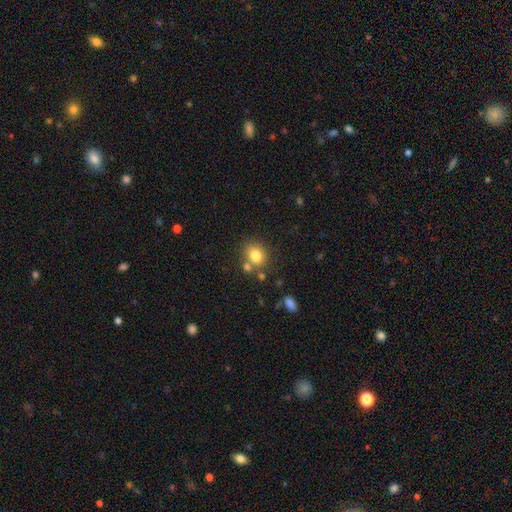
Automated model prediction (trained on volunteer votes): Smooth or featured? Predicted: smooth (p=0.80). How rounded? Predicted: round (p=0.61). Merging? Predicted: none (p=0.64).